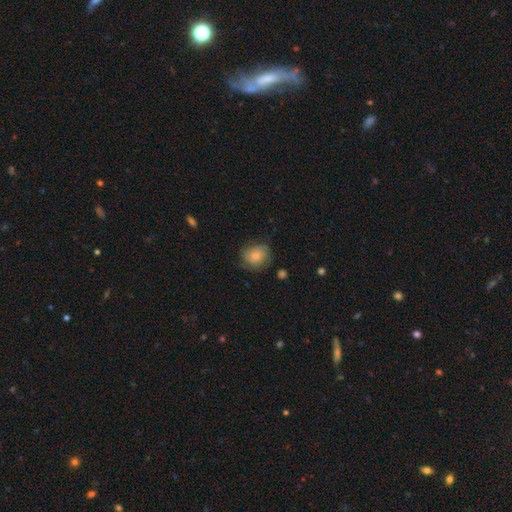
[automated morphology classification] smooth 65%, featured or disk 27%, star or artifact 8%. Down the decision tree: how rounded — round (71%); merging — none (65%).